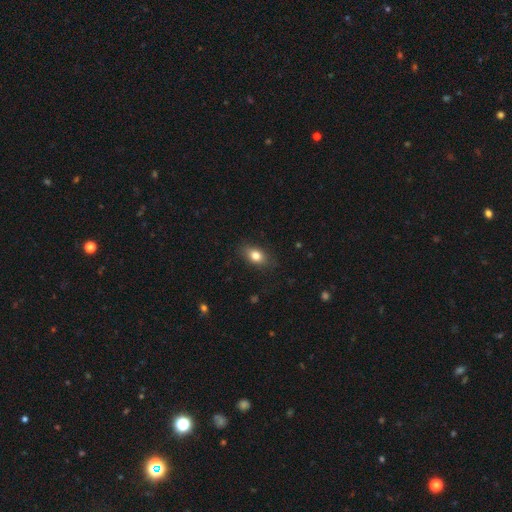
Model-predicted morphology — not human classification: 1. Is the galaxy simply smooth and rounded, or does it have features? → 81% smooth, 10% featured or disk, 9% star or artifact.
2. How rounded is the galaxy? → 80% in between, 16% round, 3% cigar-shaped.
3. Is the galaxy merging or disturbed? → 84% none, 12% minor disturbance, 3% major disturbance, 1% merger.